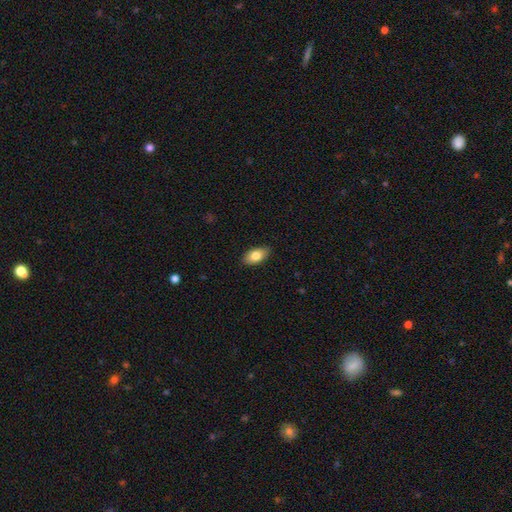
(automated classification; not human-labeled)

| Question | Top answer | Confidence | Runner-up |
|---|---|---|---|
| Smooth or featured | smooth | 81% | featured or disk (12%) |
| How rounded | in between | 92% | round (4%) |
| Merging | none | 88% | minor disturbance (9%) |